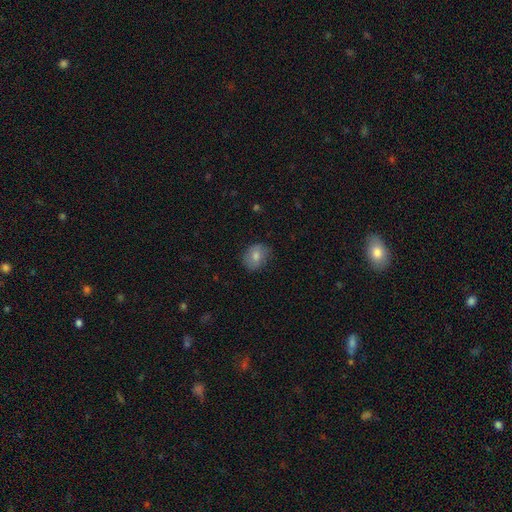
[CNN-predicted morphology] This is likely a smooth galaxy (77%). How rounded: possibly in between (52%). Merging: likely none (74%).